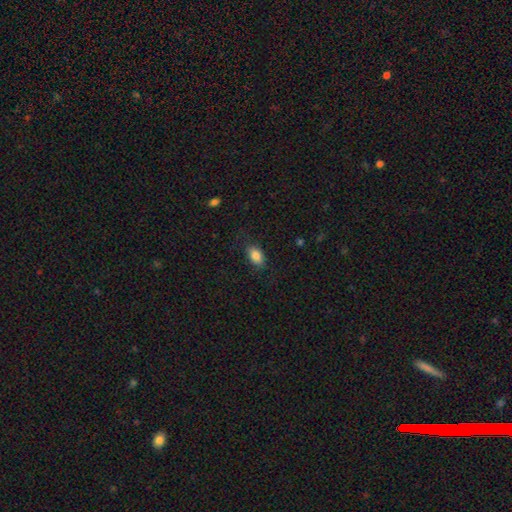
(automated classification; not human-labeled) A smooth galaxy with no disk features (86%) that is in between round and cigar-shaped (89%).

Vote fractions:
- Smooth or featured? smooth: 86% / star or artifact: 8% / featured or disk: 6%
- How rounded? in between: 89% / round: 9% / cigar-shaped: 3%
- Merging? none: 80% / minor disturbance: 15% / major disturbance: 4% / merger: 1%